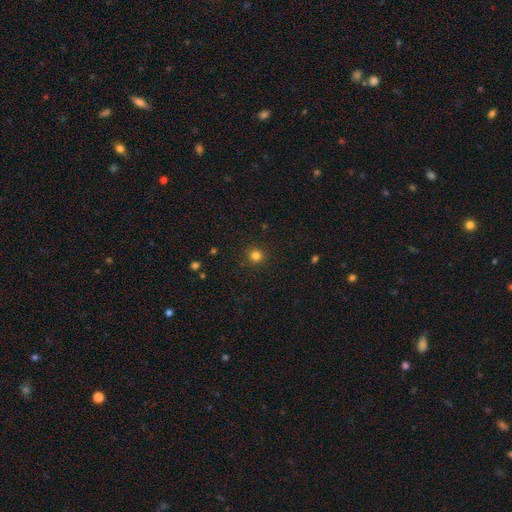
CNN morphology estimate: Smooth or featured? Predicted: smooth (p=0.82). How rounded? Predicted: round (p=0.93). Merging? Predicted: none (p=0.90).